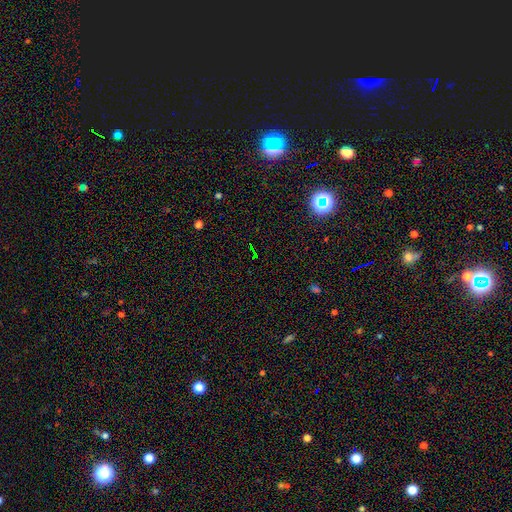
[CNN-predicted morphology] Smooth or featured? Predicted: star or artifact (p=0.74).